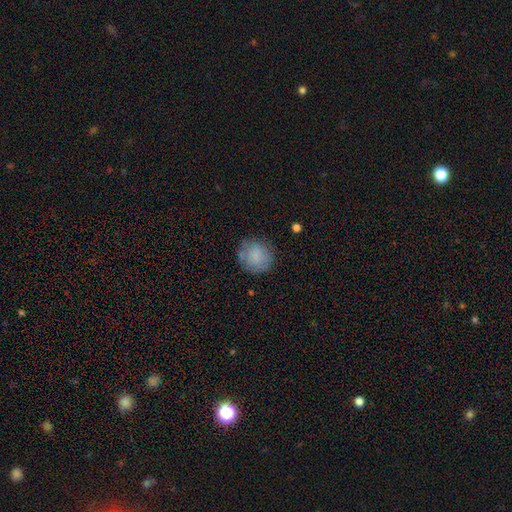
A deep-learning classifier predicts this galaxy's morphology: A smooth galaxy with no disk features (80%) that is round (88%).

Vote fractions:
- Smooth or featured? smooth: 80% / featured or disk: 12% / star or artifact: 8%
- How rounded? round: 88% / in between: 11% / cigar-shaped: 1%
- Merging? none: 76% / minor disturbance: 16% / major disturbance: 5% / merger: 2%